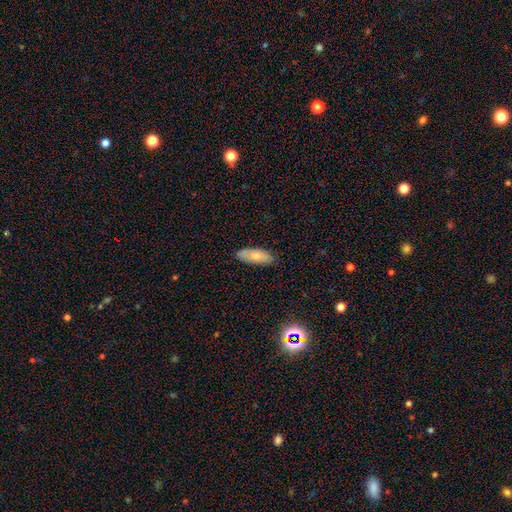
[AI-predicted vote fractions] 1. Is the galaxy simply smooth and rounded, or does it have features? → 76% smooth, 17% featured or disk, 7% star or artifact.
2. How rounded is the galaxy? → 75% in between, 23% cigar-shaped, 2% round.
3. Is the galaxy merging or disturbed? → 81% none, 15% minor disturbance, 3% major disturbance, 1% merger.